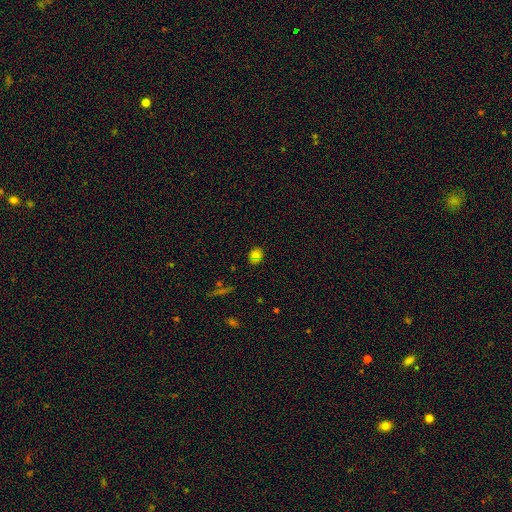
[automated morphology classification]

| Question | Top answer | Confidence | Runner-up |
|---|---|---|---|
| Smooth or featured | smooth | 73% | star or artifact (15%) |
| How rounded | round | 75% | in between (23%) |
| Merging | none | 82% | minor disturbance (12%) |